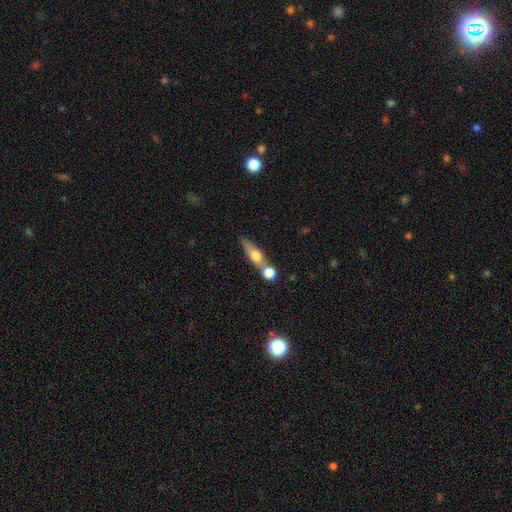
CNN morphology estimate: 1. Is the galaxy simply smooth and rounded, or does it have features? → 56% smooth, 36% featured or disk, 7% star or artifact.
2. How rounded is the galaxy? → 49% cigar-shaped, 40% in between, 11% round.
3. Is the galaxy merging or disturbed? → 44% merger, 42% none, 10% minor disturbance, 5% major disturbance.